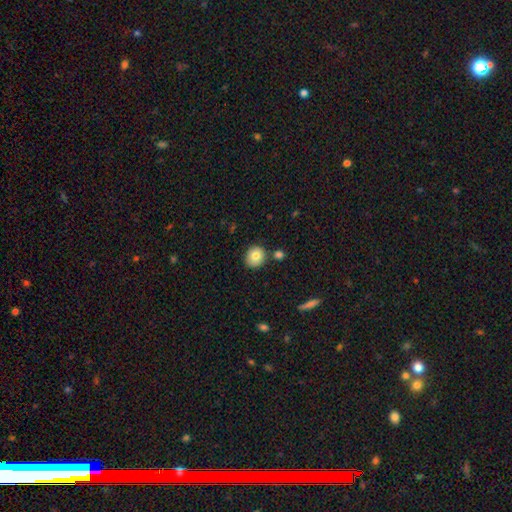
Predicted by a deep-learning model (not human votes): smooth-or-featured: smooth: 80% | featured or disk: 11% | star or artifact: 9%
  how-rounded: round: 82% | in between: 17% | cigar-shaped: 1%
  merging: none: 80% | minor disturbance: 10% | merger: 7% | major disturbance: 2%